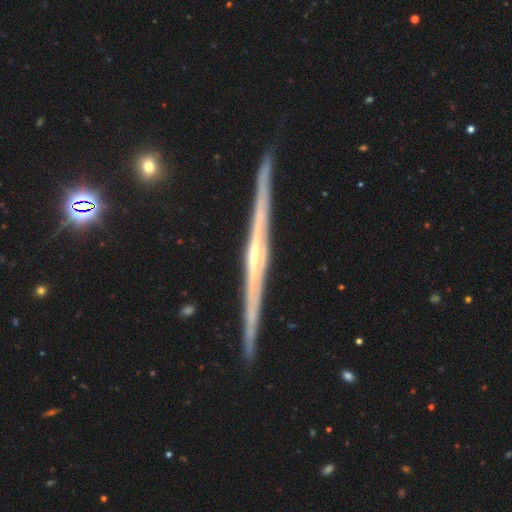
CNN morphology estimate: This appears to be a featured or disk galaxy (86%) viewed edge-on (98%) with a rounded central bulge (49%). Merging: none (91%).